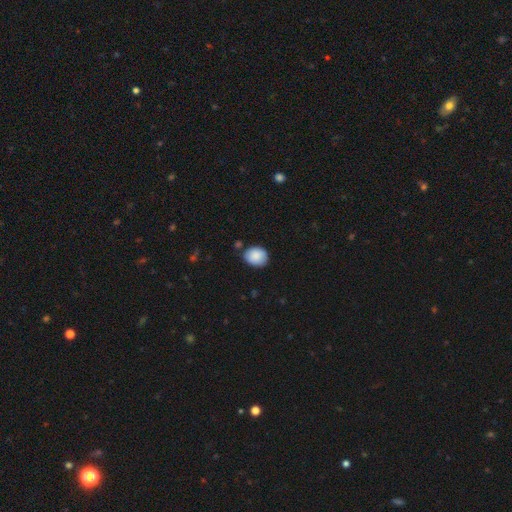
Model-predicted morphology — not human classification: A smooth galaxy with no disk features (88%) that is round (50%). Merging: none (75%).